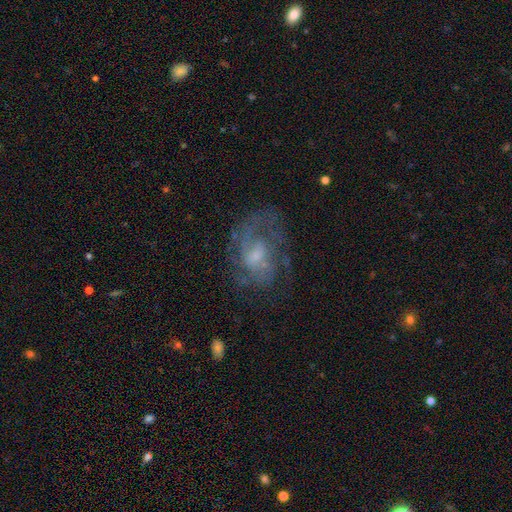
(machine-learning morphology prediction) featured or disk 74%, smooth 17%, star or artifact 9%. Down the decision tree: edge-on disk — no (97%); bar — no (50%); spiral arms — yes (82%); spiral arm count — can't tell (39%); spiral winding — medium (44%); bulge size — small (48%); merging — none (59%).